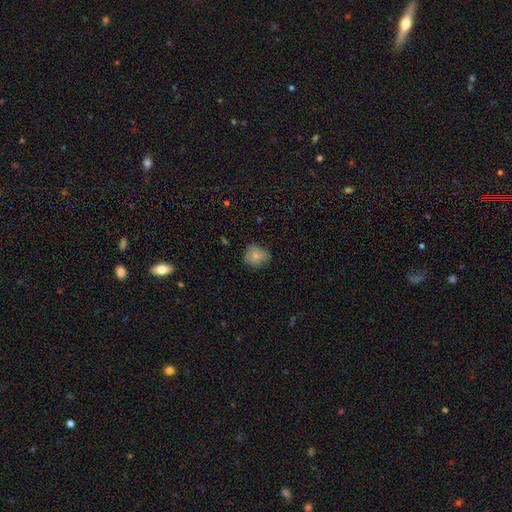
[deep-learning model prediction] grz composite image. It shows a smooth galaxy with no disk features (80%) that is round (73%). Merging: none (73%).